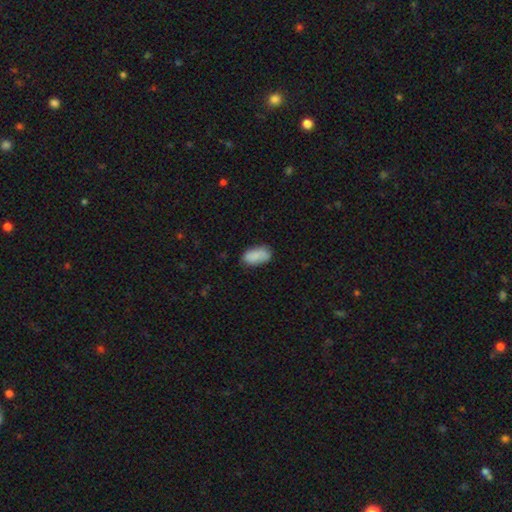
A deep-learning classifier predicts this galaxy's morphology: Smooth or featured?
  - smooth: 85% *
  - featured or disk: 8%
  - star or artifact: 7%
How rounded?
  - in between: 93% *
  - round: 3%
  - cigar-shaped: 3%
Merging?
  - none: 71% *
  - minor disturbance: 22%
  - major disturbance: 5%
  - merger: 2%